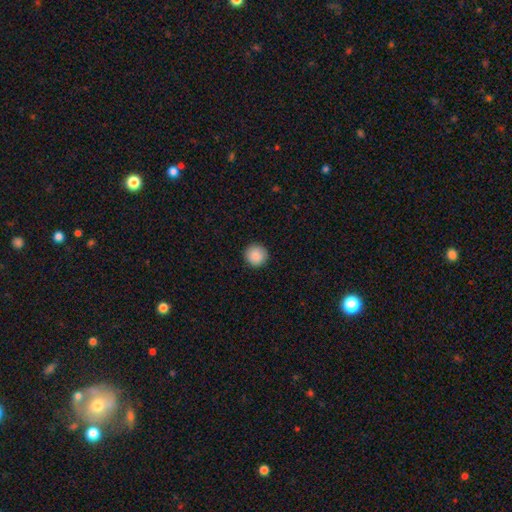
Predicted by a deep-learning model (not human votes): A smooth galaxy with no disk features (88%) that is round (96%).

Vote fractions:
- Smooth or featured? smooth: 88% / star or artifact: 8% / featured or disk: 4%
- How rounded? round: 96% / in between: 4% / cigar-shaped: 1%
- Merging? none: 92% / minor disturbance: 5% / major disturbance: 2% / merger: 1%